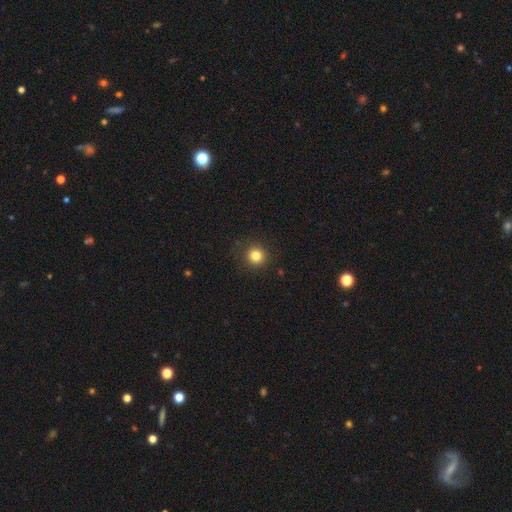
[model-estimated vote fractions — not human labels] This is clearly a smooth galaxy (82%). How rounded: clearly round (94%). Merging: clearly none (91%).